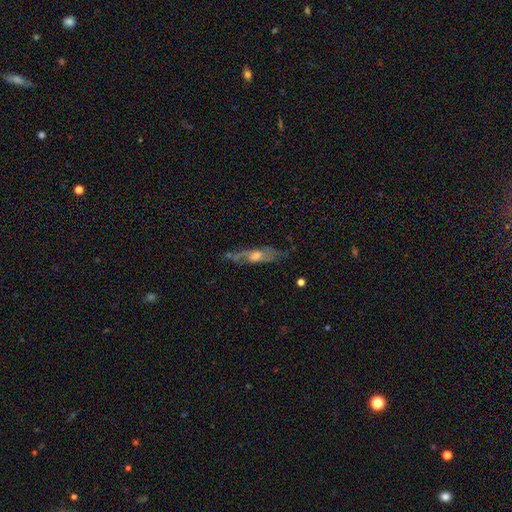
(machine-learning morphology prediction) The model was most divided on "edge-on disk": no: 54%, yes: 46%. More confident: smooth or featured — featured or disk (67%); merging — none (64%).